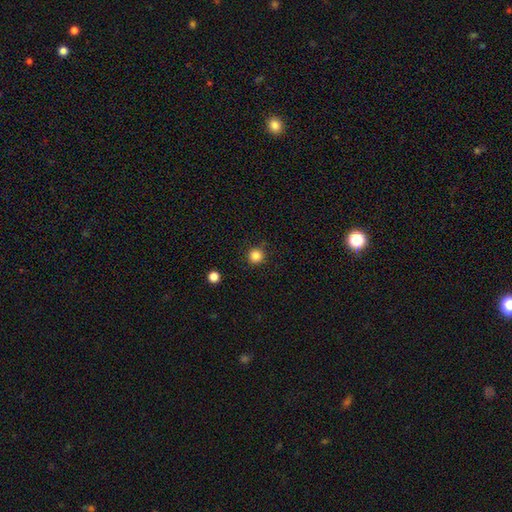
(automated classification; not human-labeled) Smooth or featured: smooth — 85% (star or artifact — 11%)
How rounded: round — 96% (in between — 3%)
Merging: none — 91% (minor disturbance — 6%)